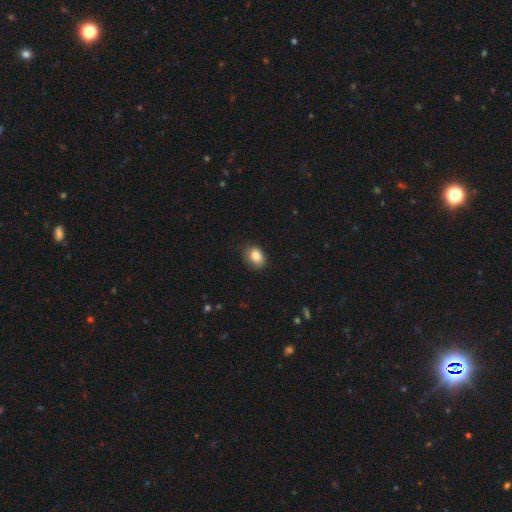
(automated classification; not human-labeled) A smooth galaxy with no disk features (85%) that is in between round and cigar-shaped (60%).

Vote fractions:
- Smooth or featured? smooth: 85% / star or artifact: 9% / featured or disk: 6%
- How rounded? in between: 60% / round: 39% / cigar-shaped: 1%
- Merging? none: 72% / minor disturbance: 23% / major disturbance: 5% / merger: 1%